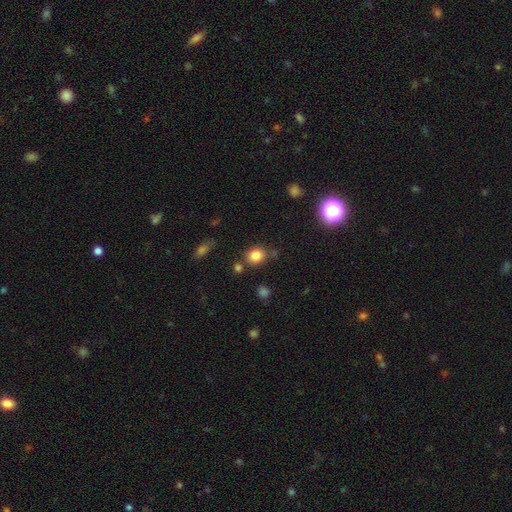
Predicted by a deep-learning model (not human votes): A smooth galaxy with no disk features (82%) that is round (74%). Merging: none (73%).